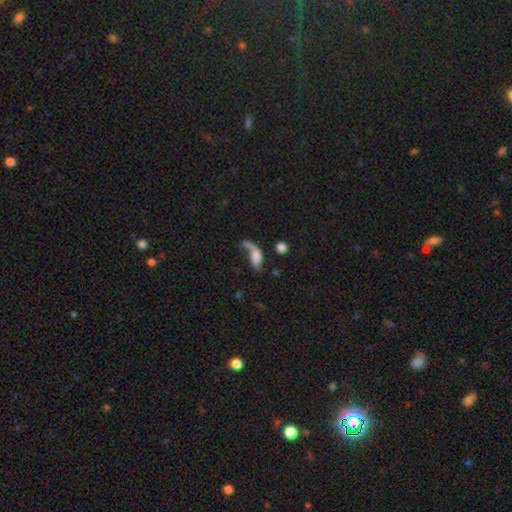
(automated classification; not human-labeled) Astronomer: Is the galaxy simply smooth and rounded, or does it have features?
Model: smooth — 50% (runner-up: featured or disk, 39%).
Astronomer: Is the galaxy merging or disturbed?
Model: major disturbance — 38% (runner-up: none, 27%).